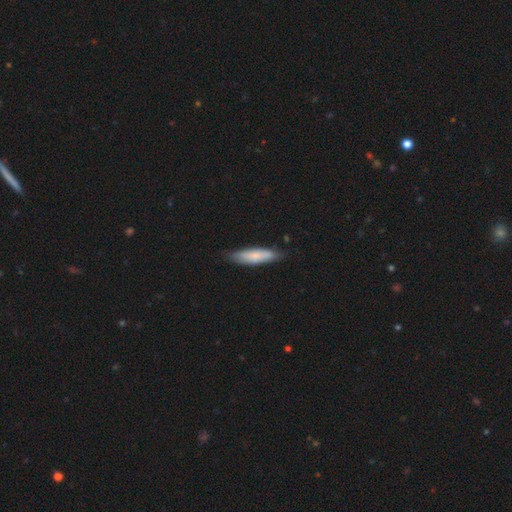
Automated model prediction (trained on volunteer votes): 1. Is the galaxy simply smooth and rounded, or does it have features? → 72% smooth, 22% featured or disk, 6% star or artifact.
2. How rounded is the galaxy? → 66% cigar-shaped, 33% in between, 2% round.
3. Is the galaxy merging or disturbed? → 76% none, 19% minor disturbance, 3% major disturbance, 2% merger.